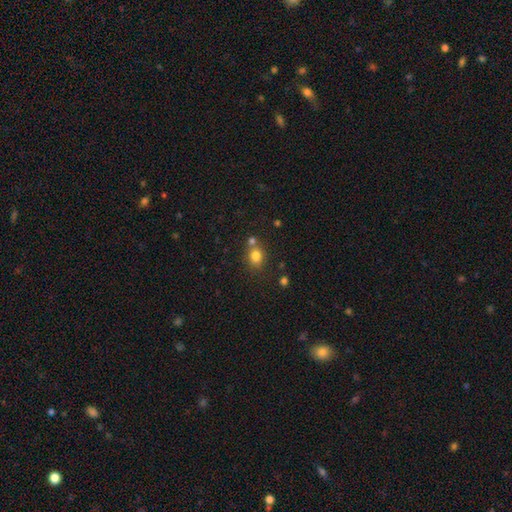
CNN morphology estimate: Smooth or featured: smooth — 80% (star or artifact — 13%)
How rounded: round — 65% (in between — 34%)
Merging: none — 61% (merger — 25%)